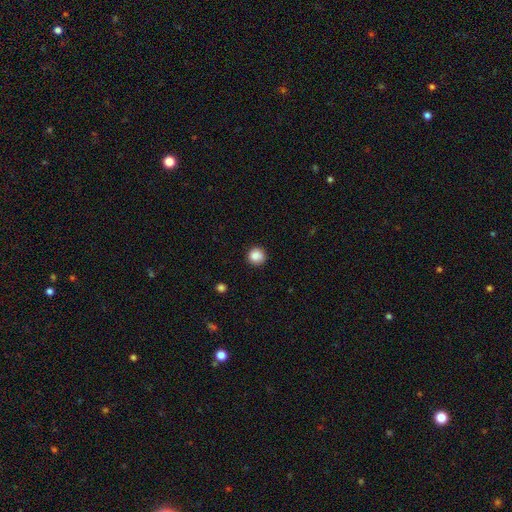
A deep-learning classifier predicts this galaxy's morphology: Smooth or featured? smooth (87%)
How rounded? round (94%)
Merging? none (89%)